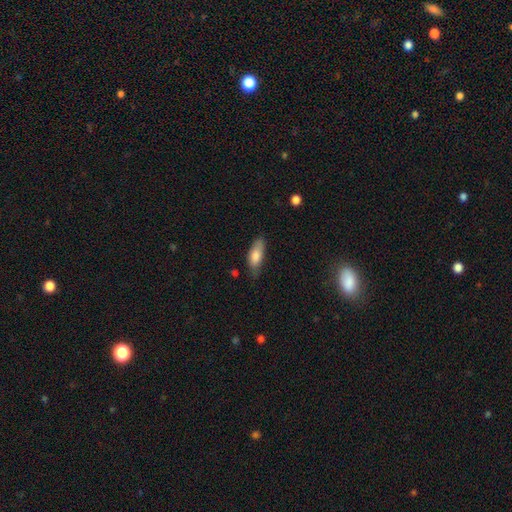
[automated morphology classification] Overall: smooth (79%). How rounded: in between (71%). Merging: none (65%; minor disturbance 28%).